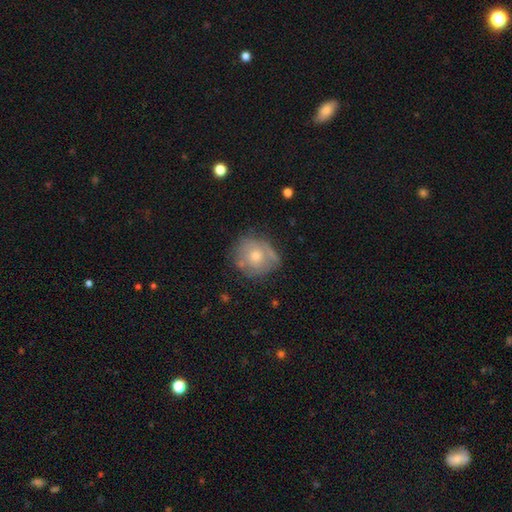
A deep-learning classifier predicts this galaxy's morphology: type=smooth (47%); merging=none (64%).